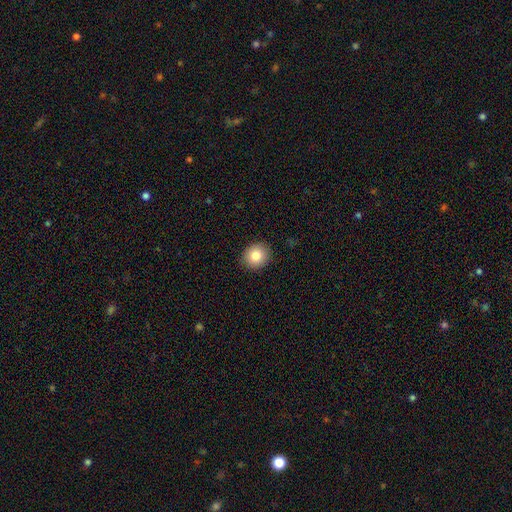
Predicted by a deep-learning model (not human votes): Smooth or featured? Predicted: smooth (p=0.84). How rounded? Predicted: round (p=0.81). Merging? Predicted: none (p=0.91).